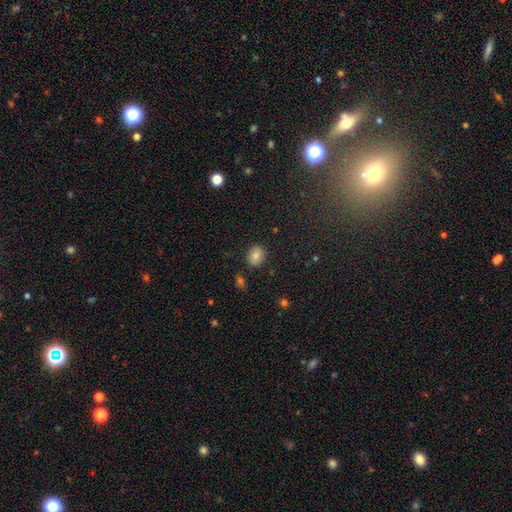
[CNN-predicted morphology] smooth-or-featured: smooth: 82% | star or artifact: 10% | featured or disk: 8%
  how-rounded: round: 67% | in between: 32% | cigar-shaped: 1%
  merging: none: 87% | minor disturbance: 9% | major disturbance: 2% | merger: 2%